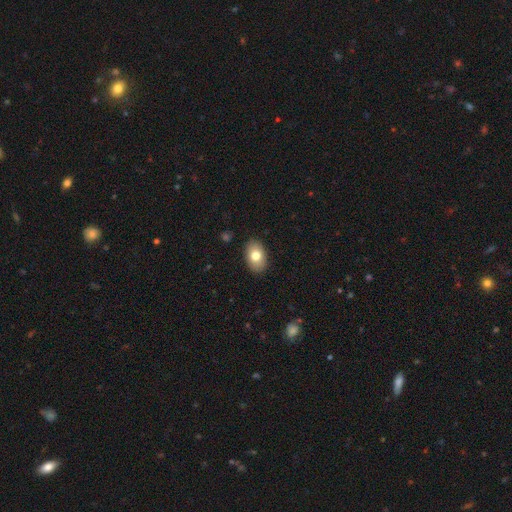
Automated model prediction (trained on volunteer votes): Smooth or featured?
  - smooth: 77% *
  - featured or disk: 16%
  - star or artifact: 7%
How rounded?
  - in between: 88% *
  - round: 10%
  - cigar-shaped: 1%
Merging?
  - none: 89% *
  - minor disturbance: 8%
  - major disturbance: 2%
  - merger: 1%